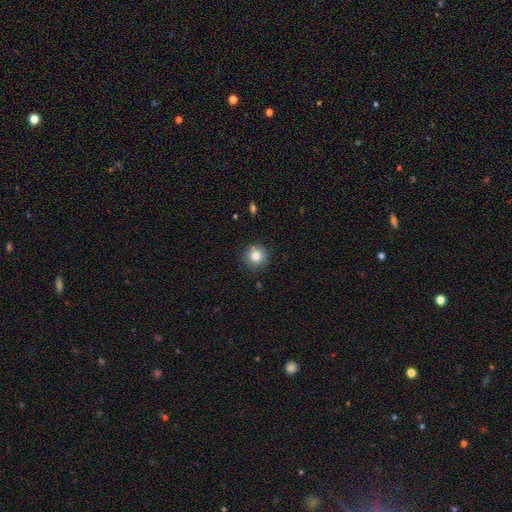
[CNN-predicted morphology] Smooth or featured?
  - smooth: 82% *
  - star or artifact: 11%
  - featured or disk: 8%
How rounded?
  - round: 94% *
  - in between: 5%
  - cigar-shaped: 1%
Merging?
  - none: 87% *
  - minor disturbance: 9%
  - major disturbance: 2%
  - merger: 2%